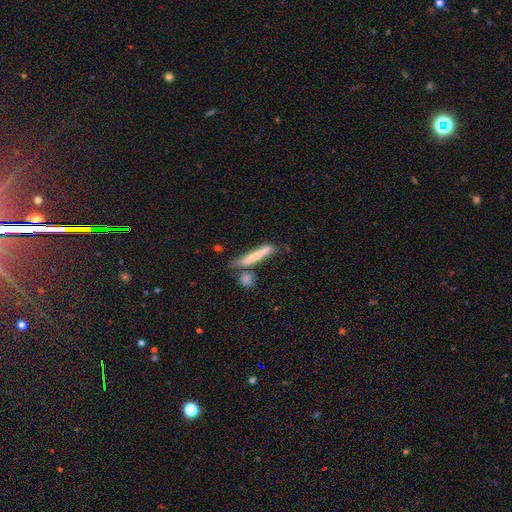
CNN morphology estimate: smooth-or-featured: smooth: 61% | featured or disk: 33% | star or artifact: 6%
  how-rounded: cigar-shaped: 92% | in between: 6% | round: 2%
  merging: none: 59% | minor disturbance: 19% | merger: 16% | major disturbance: 6%